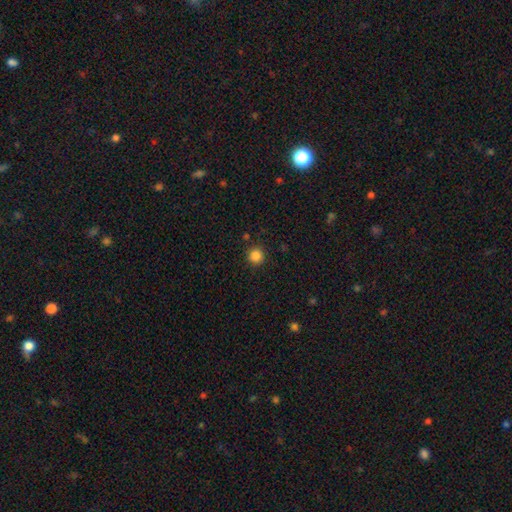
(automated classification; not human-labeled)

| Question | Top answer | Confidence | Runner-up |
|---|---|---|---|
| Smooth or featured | smooth | 85% | star or artifact (11%) |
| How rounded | round | 95% | in between (4%) |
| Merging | none | 90% | minor disturbance (6%) |